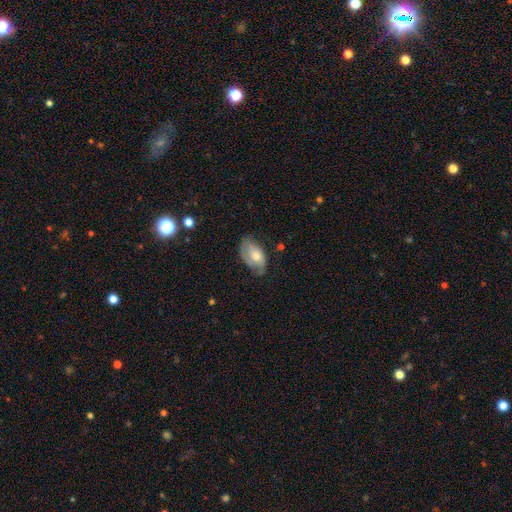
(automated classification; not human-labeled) smooth-or-featured: featured or disk: 46% (tied) | smooth: 46% (tied) | star or artifact: 8%
  merging: none: 56% | minor disturbance: 31% | major disturbance: 12% | merger: 2%